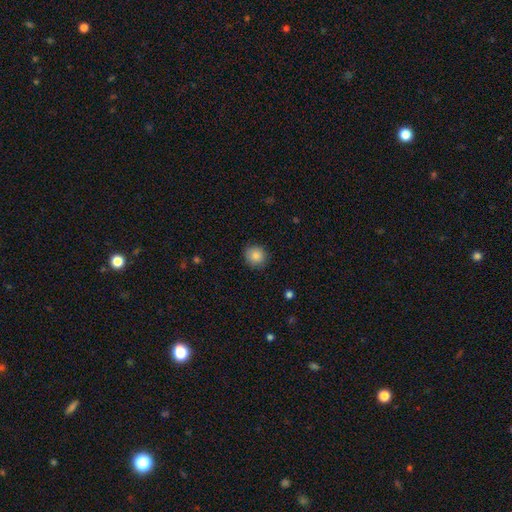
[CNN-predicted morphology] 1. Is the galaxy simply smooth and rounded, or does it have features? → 86% smooth, 9% star or artifact, 5% featured or disk.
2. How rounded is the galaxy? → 87% round, 12% in between, 1% cigar-shaped.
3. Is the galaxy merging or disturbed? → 86% none, 11% minor disturbance, 3% major disturbance, 1% merger.